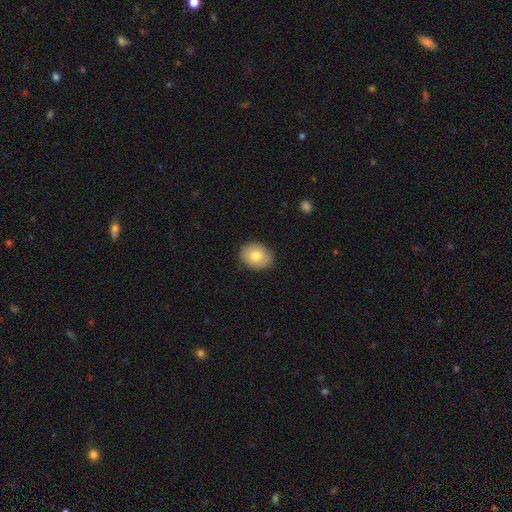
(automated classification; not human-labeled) Q: Smooth or featured?
A: smooth (78%); runner-up: featured or disk (14%)
Q: How rounded?
A: in between (58%); runner-up: round (41%)
Q: Merging?
A: none (88%); runner-up: minor disturbance (9%)